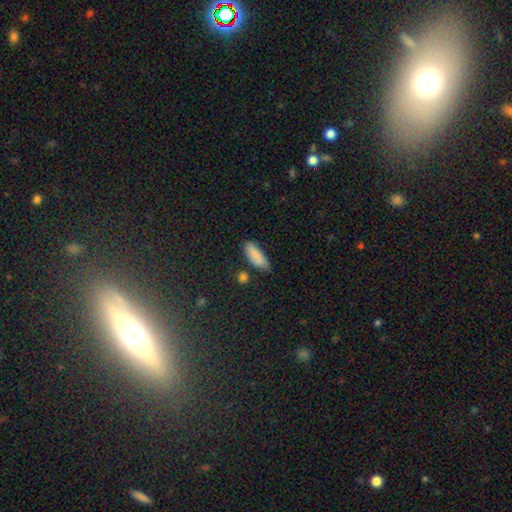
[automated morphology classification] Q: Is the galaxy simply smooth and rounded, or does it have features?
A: smooth — 83%.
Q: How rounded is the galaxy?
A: in between — 72%.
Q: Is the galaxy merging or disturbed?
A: none — 65%.